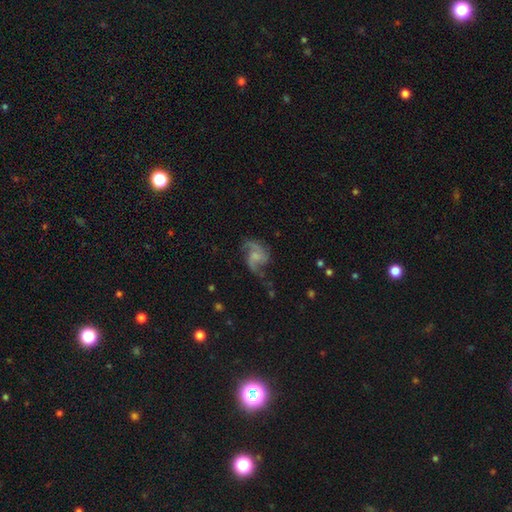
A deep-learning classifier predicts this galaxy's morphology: A featured or disk galaxy (79%) with no bar (63%), 2 (72%) loose (45%) spiral arms (94%) and a small central bulge (44%).

Vote fractions:
- Smooth or featured? featured or disk: 79% / smooth: 14% / star or artifact: 7%
- Edge-on disk? no: 98% / yes: 2%
- Bar? no: 63% / weak: 32% / strong: 5%
- Spiral arms? yes: 94% / no: 6%
- Spiral winding? loose: 45% / medium: 43% / tight: 12%
- Spiral arm count? 2: 72% / 3: 11% / can't tell: 7% / 1: 5% / 4: 3% / more than 4: 2%
- Bulge size? small: 44% / moderate: 27% / none: 24% / large: 4% / dominant: 1%
- Merging? none: 51% / major disturbance: 23% / minor disturbance: 23% / merger: 3%